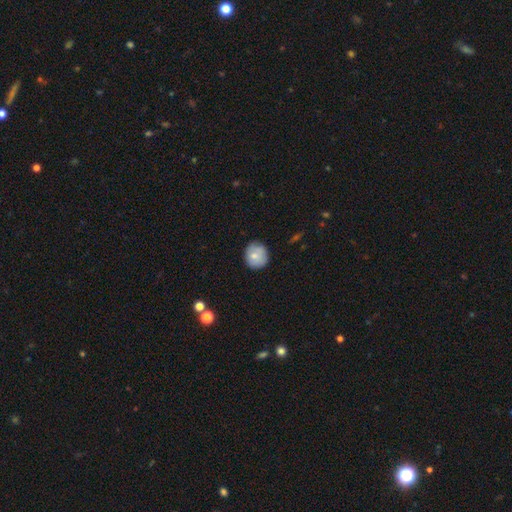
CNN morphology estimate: Smooth or featured?
  - smooth: 74% *
  - featured or disk: 19%
  - star or artifact: 7%
How rounded?
  - round: 86% *
  - in between: 13%
  - cigar-shaped: 1%
Merging?
  - none: 82% *
  - minor disturbance: 14%
  - major disturbance: 2%
  - merger: 1%